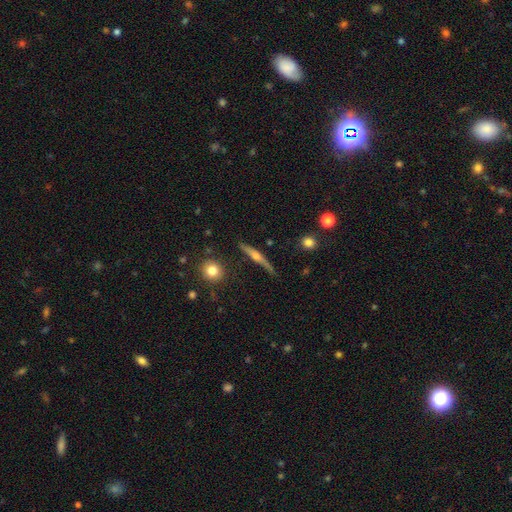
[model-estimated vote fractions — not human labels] Overall: featured or disk (67%; smooth 27%). Edge-on disk: yes (97%). Edge-on bulge: rounded (82%). Merging: none (83%).